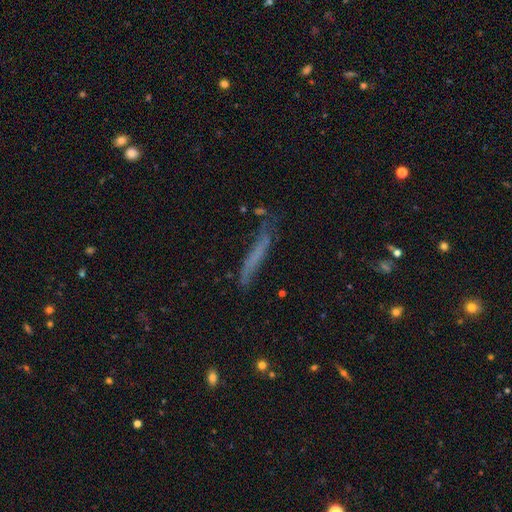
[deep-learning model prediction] Smooth or featured?
  - smooth: 55% *
  - featured or disk: 34%
  - star or artifact: 12%
How rounded?
  - cigar-shaped: 93% *
  - in between: 5%
  - round: 2%
Merging?
  - none: 66% *
  - minor disturbance: 23%
  - major disturbance: 8%
  - merger: 4%